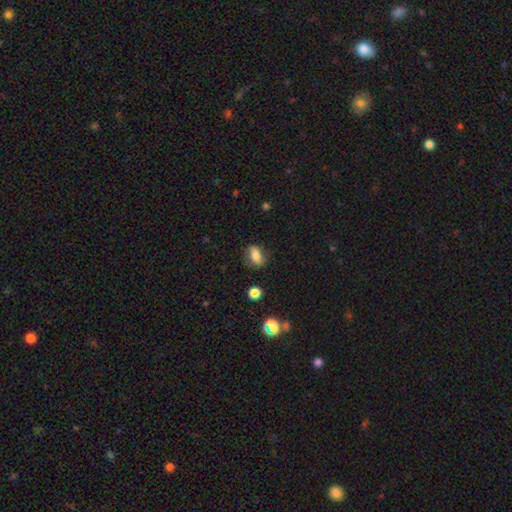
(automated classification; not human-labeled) This appears to be a smooth galaxy with no disk features (74%) that is in between round and cigar-shaped (78%). Merging: none (75%).